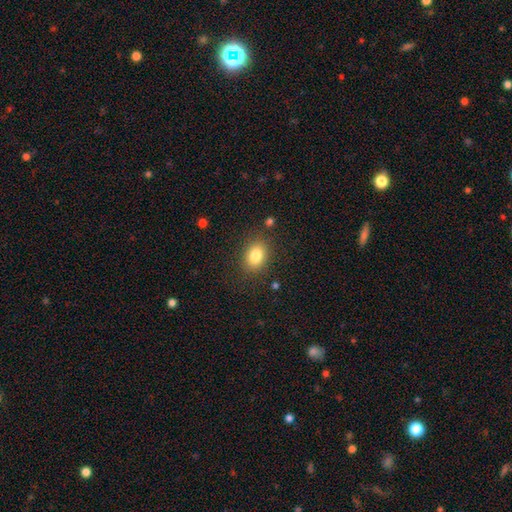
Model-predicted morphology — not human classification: A smooth galaxy with no disk features (83%) that is in between round and cigar-shaped (63%).

Vote fractions:
- Smooth or featured? smooth: 83% / star or artifact: 9% / featured or disk: 8%
- How rounded? in between: 63% / round: 36% / cigar-shaped: 1%
- Merging? none: 84% / minor disturbance: 11% / major disturbance: 4% / merger: 2%